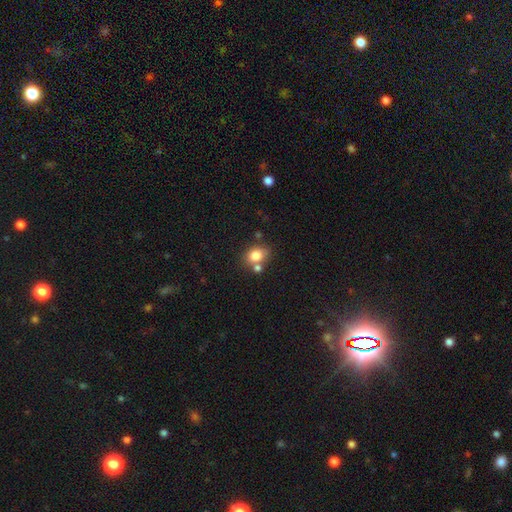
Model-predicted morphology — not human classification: Smooth or featured: smooth — 80% (featured or disk — 10%)
How rounded: in between — 56% (round — 43%)
Merging: none — 59% (merger — 23%)